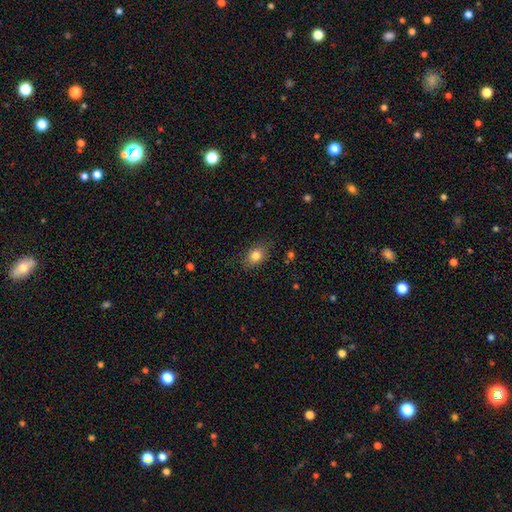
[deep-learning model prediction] Smooth or featured? Predicted: smooth (p=0.82). How rounded? Predicted: in between (p=0.73). Merging? Predicted: none (p=0.81).